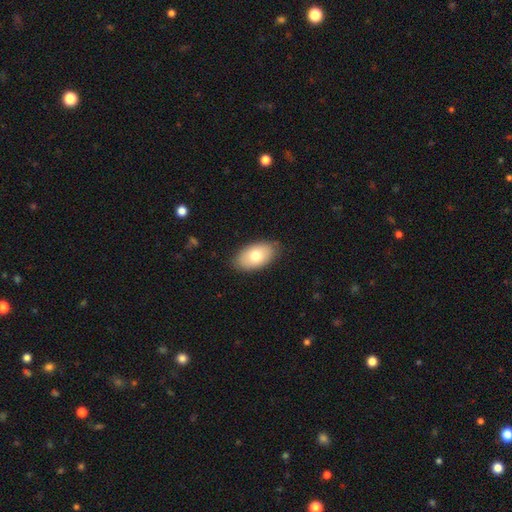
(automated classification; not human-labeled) Overall: smooth (74%). How rounded: in between (93%). Merging: none (84%).